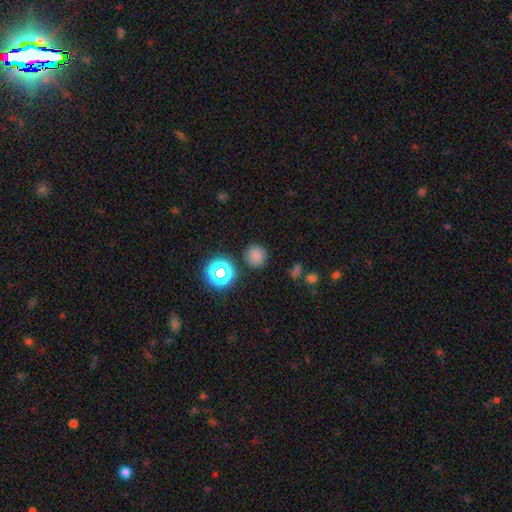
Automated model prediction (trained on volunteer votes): Morphology: type=smooth (76%); roundness=round (92%); merging=none (85%).